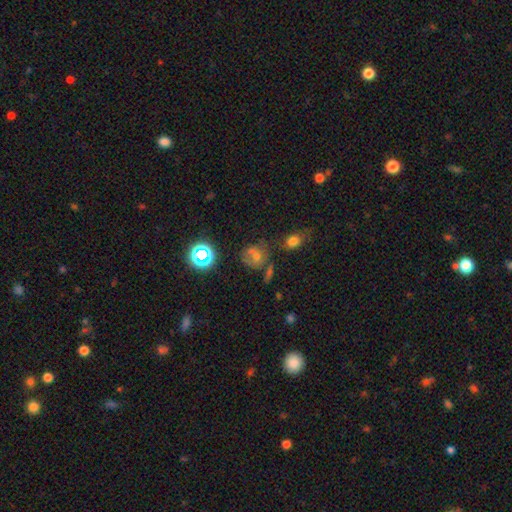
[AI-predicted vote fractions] The model was most divided on "smooth or featured": smooth: 51%, star or artifact: 27%, featured or disk: 21%. Remaining: how rounded — round (71%); merging — none (45%).